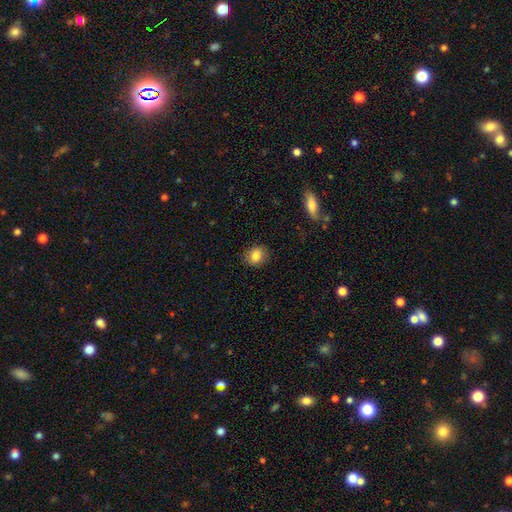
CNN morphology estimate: A smooth galaxy with no disk features (83%) that is round (67%). Merging: none (87%).